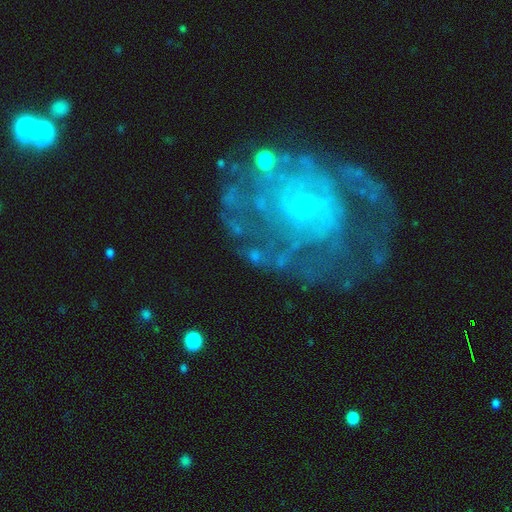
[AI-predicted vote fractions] smooth-or-featured: featured or disk: 74% | smooth: 14% | star or artifact: 13%
  disk-edge-on: no: 96% | yes: 4%
    bar: no: 59% | weak: 27% | strong: 14%
    has-spiral-arms: yes: 90% | no: 10%
      spiral-winding: tight: 68% | medium: 25% | loose: 7%
      spiral-arm-count: can't tell: 30% | 2: 22% | 3: 17% | 4: 12% | more than 4: 11% | 1: 9%
    bulge-size: small: 56% | moderate: 33% | none: 5% | large: 4% | dominant: 2%
  merging: none: 67% | minor disturbance: 16% | major disturbance: 12% | merger: 6%